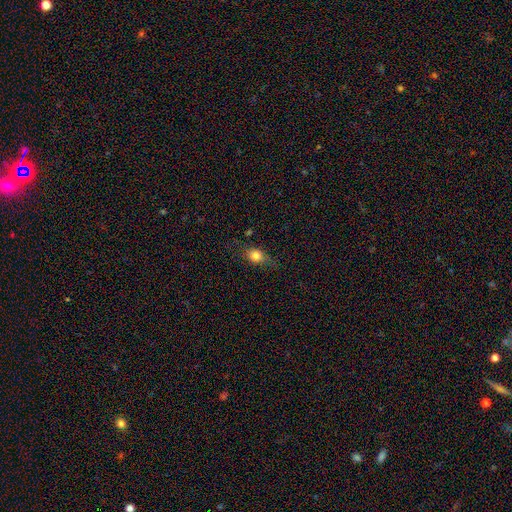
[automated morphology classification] The model was most divided on "how rounded": in between: 51%, round: 45%, cigar-shaped: 4%. More confident: smooth or featured — smooth (78%); merging — none (68%).